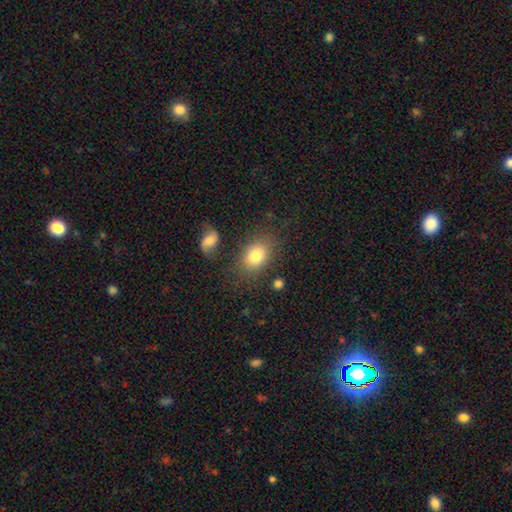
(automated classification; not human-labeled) Smooth or featured: smooth — 80% (featured or disk — 10%)
How rounded: in between — 72% (round — 27%)
Merging: none — 75% (minor disturbance — 14%)